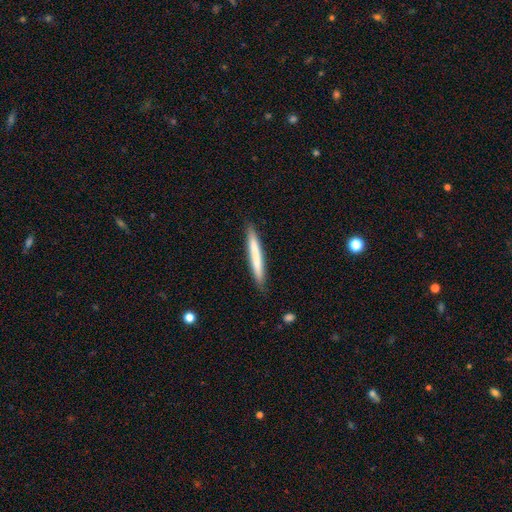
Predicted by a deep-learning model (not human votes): This appears to be a smooth galaxy with no disk features (66%) that is cigar-shaped (97%). Merging: none (89%).